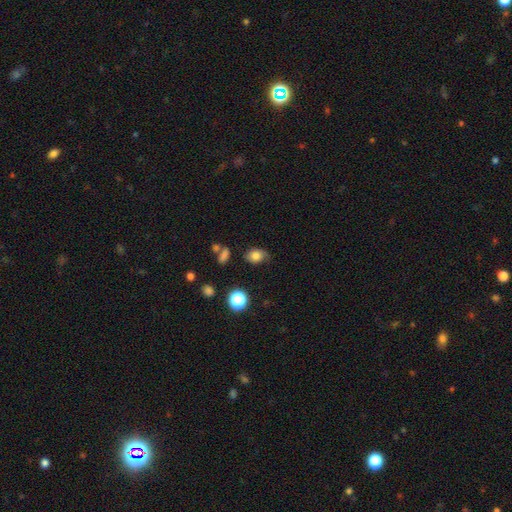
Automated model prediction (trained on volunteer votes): Smooth or featured?
  - smooth: 76% *
  - star or artifact: 12%
  - featured or disk: 11%
How rounded?
  - in between: 69% *
  - round: 29%
  - cigar-shaped: 1%
Merging?
  - none: 63% *
  - minor disturbance: 26%
  - major disturbance: 7%
  - merger: 3%